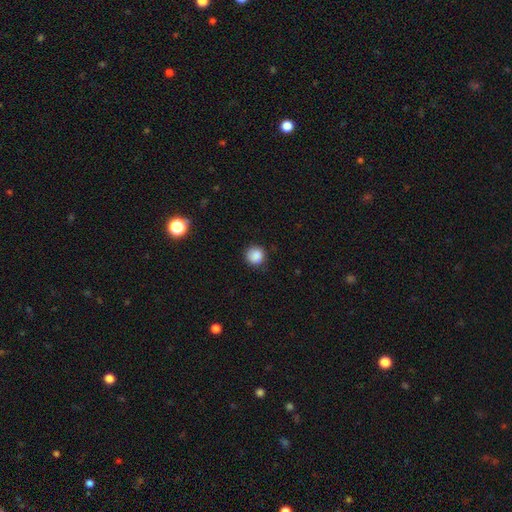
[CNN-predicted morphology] A smooth galaxy with no disk features (86%) that is round (92%).

Vote fractions:
- Smooth or featured? smooth: 86% / star or artifact: 10% / featured or disk: 4%
- How rounded? round: 92% / in between: 7% / cigar-shaped: 1%
- Merging? none: 82% / minor disturbance: 14% / major disturbance: 3% / merger: 1%